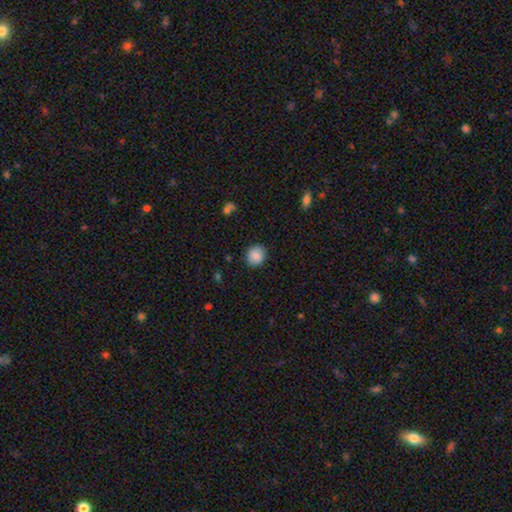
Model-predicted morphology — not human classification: Smooth or featured? smooth (87%)
How rounded? round (81%)
Merging? none (88%)